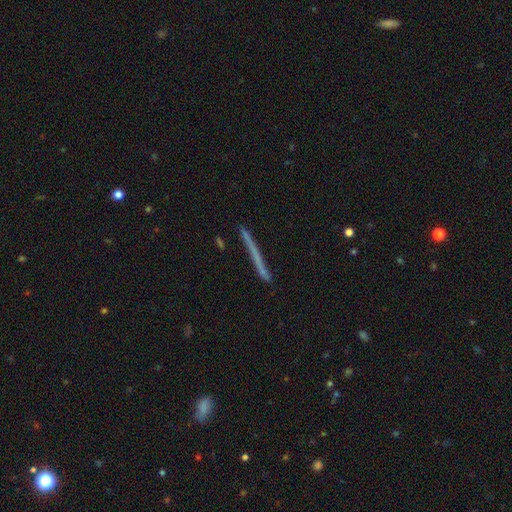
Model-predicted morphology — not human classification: smooth_or_featured: featured or disk (p=0.47) [alt: smooth p=0.45]
merging: none (p=0.87) [alt: minor disturbance p=0.09]